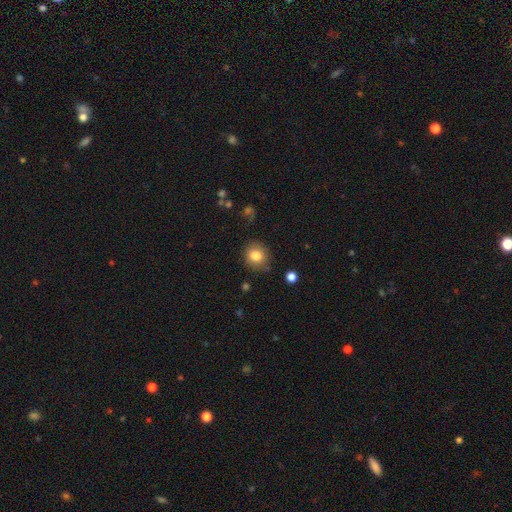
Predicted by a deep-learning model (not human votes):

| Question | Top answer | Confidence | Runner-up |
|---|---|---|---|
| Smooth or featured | smooth | 82% | star or artifact (10%) |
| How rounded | round | 73% | in between (26%) |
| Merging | none | 80% | minor disturbance (15%) |